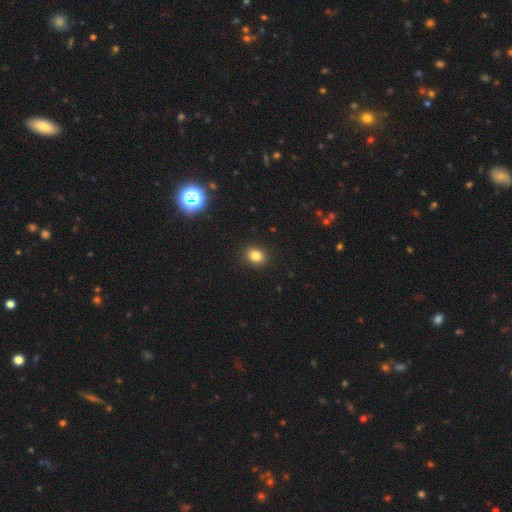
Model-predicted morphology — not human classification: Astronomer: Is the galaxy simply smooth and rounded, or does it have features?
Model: smooth — 83%.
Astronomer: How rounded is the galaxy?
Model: round — 59% (runner-up: in between, 40%).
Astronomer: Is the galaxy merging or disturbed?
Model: none — 91%.